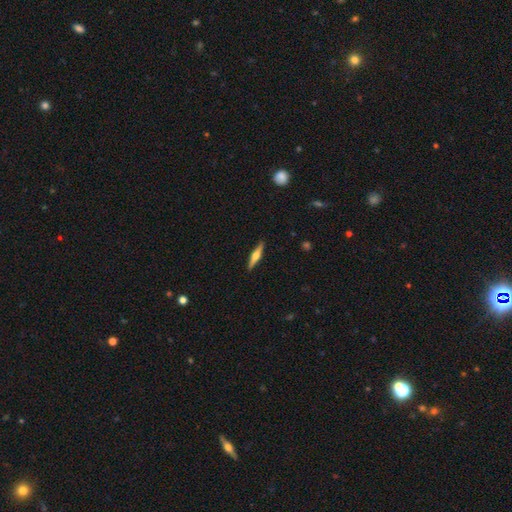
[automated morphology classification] smooth-or-featured: featured or disk: 65% | smooth: 30% | star or artifact: 5%
  disk-edge-on: yes: 97% | no: 3%
    edge-on-bulge: rounded: 92% | boxy: 5% | none: 3%
  merging: none: 91% | minor disturbance: 7% | major disturbance: 1% | merger: 1%